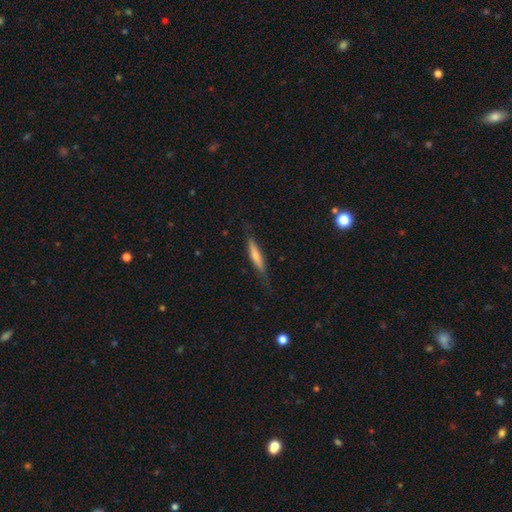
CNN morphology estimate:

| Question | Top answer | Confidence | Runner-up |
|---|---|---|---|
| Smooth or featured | smooth | 57% | featured or disk (37%) |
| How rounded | cigar-shaped | 88% | in between (10%) |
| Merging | none | 75% | minor disturbance (19%) |